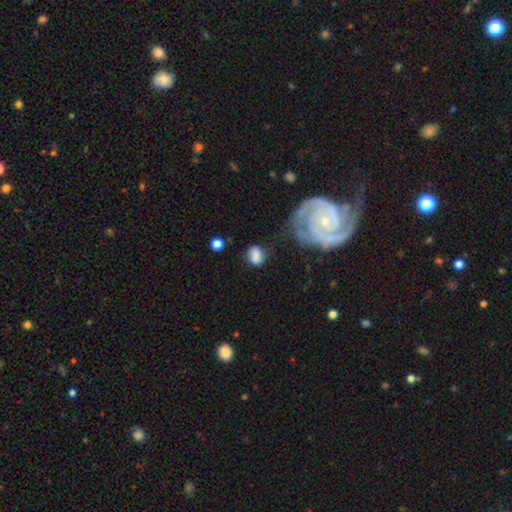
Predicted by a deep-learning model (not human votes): Smooth or featured? Predicted: smooth (p=0.76). How rounded? Predicted: in between (p=0.64). Merging? Predicted: none (p=0.60).